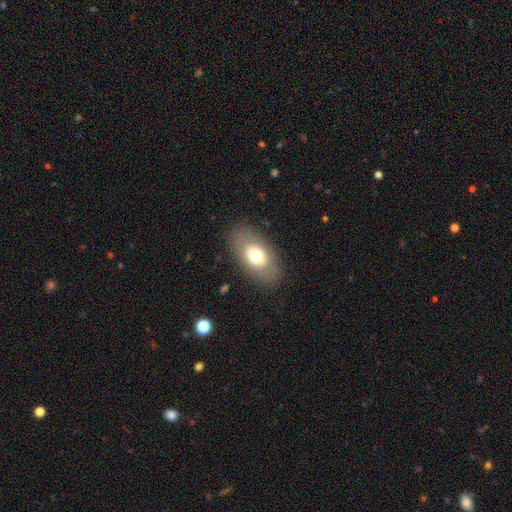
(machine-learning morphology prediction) Overall: smooth (67%). How rounded: in between (91%). Merging: none (84%).